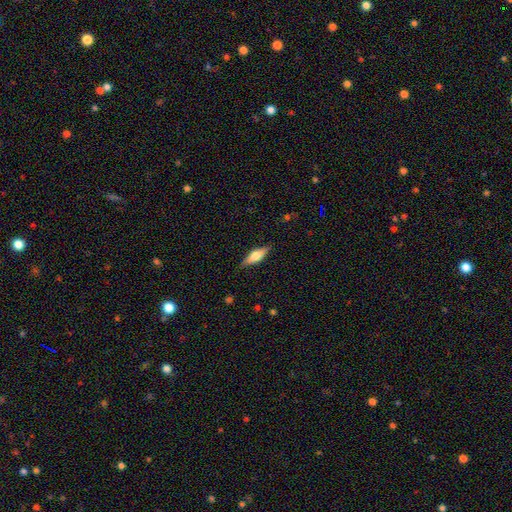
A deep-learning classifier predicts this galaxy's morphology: A smooth galaxy with no disk features (49%). Merging: none (84%).